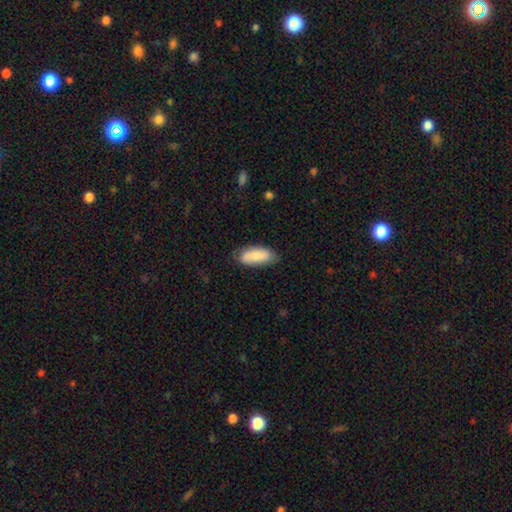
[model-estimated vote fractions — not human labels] Smooth or featured? smooth (77%)
How rounded? in between (82%)
Merging? none (75%)